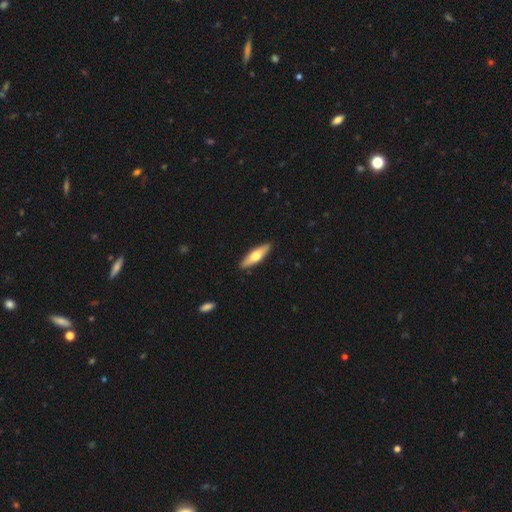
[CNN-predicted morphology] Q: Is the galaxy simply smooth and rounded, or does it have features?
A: smooth — 52%.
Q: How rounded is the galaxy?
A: cigar-shaped — 64%.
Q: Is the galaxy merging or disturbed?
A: none — 90%.